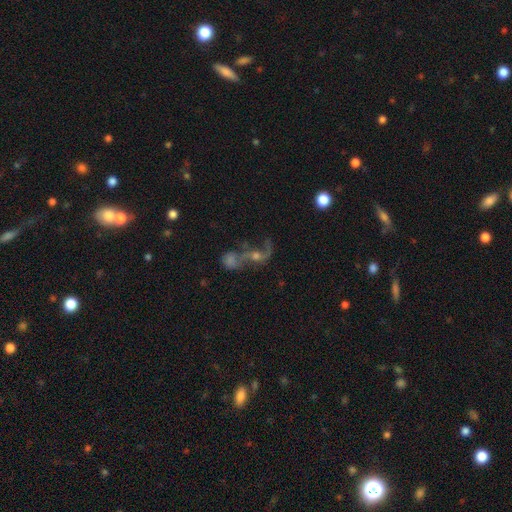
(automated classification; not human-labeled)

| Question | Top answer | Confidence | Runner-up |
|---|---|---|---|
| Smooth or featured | featured or disk | 42% | star or artifact (30%) |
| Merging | merger | 51% | none (26%) |